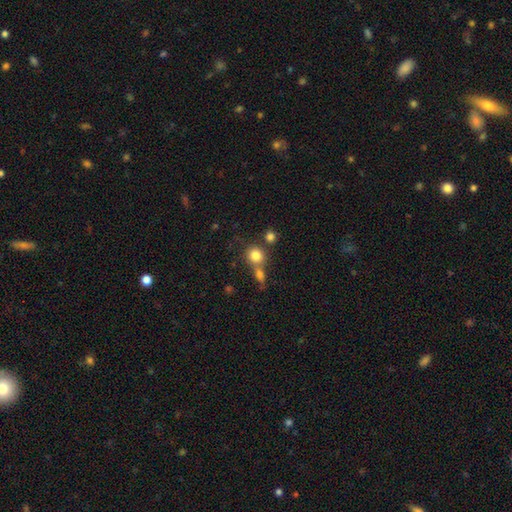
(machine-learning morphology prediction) Smooth or featured: smooth — 81% (star or artifact — 11%)
How rounded: round — 85% (in between — 14%)
Merging: none — 54% (merger — 33%)